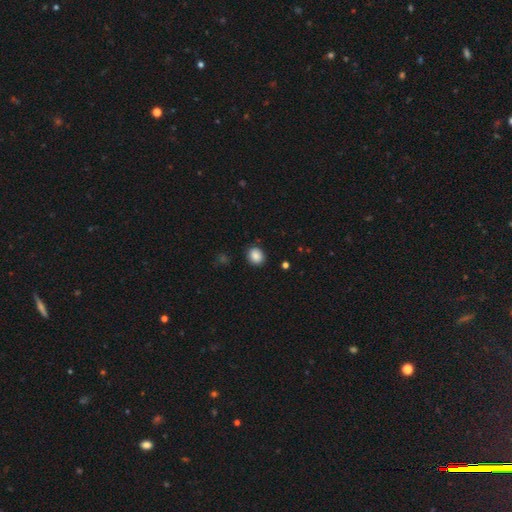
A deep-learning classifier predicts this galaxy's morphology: A smooth galaxy with no disk features (87%) that is round (67%).

Vote fractions:
- Smooth or featured? smooth: 87% / star or artifact: 9% / featured or disk: 3%
- How rounded? round: 67% / in between: 32% / cigar-shaped: 1%
- Merging? none: 88% / minor disturbance: 9% / major disturbance: 2% / merger: 1%